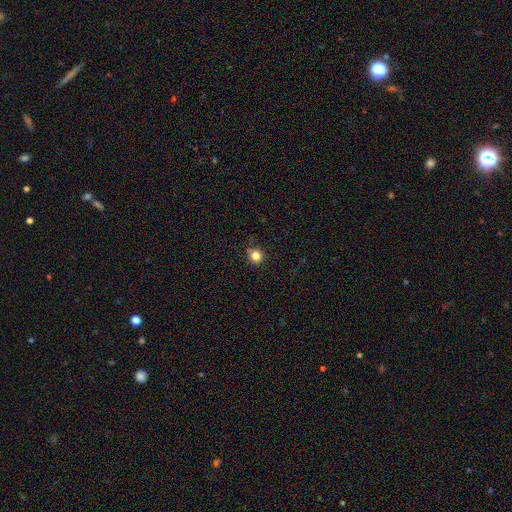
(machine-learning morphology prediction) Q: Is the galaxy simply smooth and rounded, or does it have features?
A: smooth — 82%.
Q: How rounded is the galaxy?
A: round — 92%.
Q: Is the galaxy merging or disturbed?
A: none — 87%.